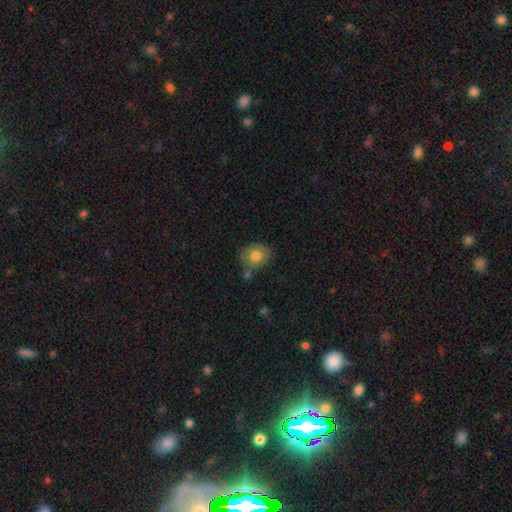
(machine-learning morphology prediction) Smooth or featured?
  - smooth: 77% *
  - featured or disk: 15%
  - star or artifact: 8%
How rounded?
  - round: 65% *
  - in between: 34%
  - cigar-shaped: 1%
Merging?
  - none: 62% *
  - minor disturbance: 20%
  - merger: 12%
  - major disturbance: 5%